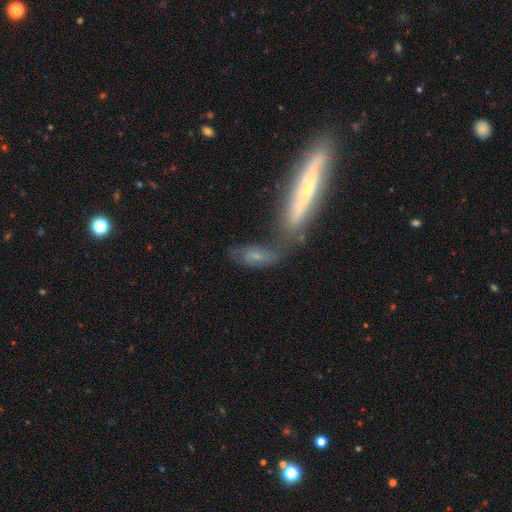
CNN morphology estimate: Smooth or featured? smooth (50%)
Merging? none (39%)